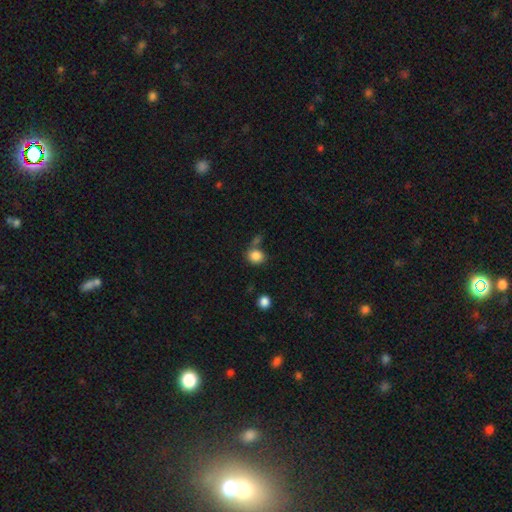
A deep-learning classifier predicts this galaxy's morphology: The model was most divided on "how rounded": round: 68%, in between: 31%, cigar-shaped: 1%. More confident: smooth or featured — smooth (85%); merging — none (61%).